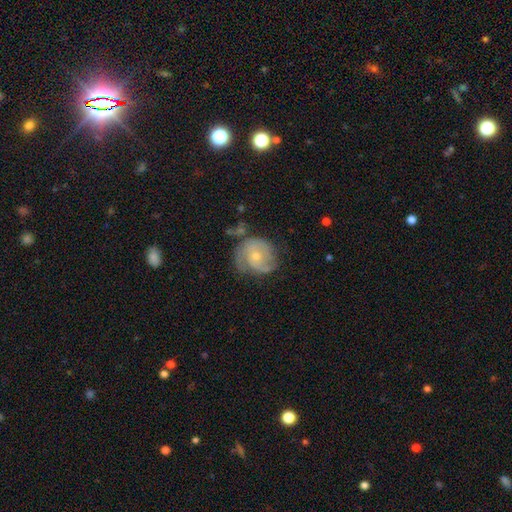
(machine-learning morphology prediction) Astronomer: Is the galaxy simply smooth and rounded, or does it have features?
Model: featured or disk — 71%.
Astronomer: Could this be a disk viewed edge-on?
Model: no — 98%.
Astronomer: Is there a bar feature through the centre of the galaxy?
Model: no — 74%.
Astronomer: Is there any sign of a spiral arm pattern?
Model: yes — 87%.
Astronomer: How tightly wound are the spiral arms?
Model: tight — 49% (runner-up: medium, 36%).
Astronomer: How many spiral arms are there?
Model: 2 — 43% (runner-up: can't tell, 26%).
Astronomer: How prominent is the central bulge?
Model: small — 61%.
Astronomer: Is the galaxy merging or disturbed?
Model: none — 57%.